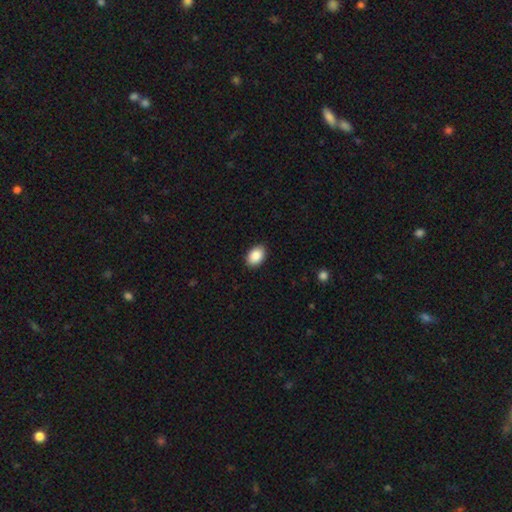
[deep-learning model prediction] Q: Smooth or featured?
A: smooth (90%); runner-up: star or artifact (7%)
Q: How rounded?
A: in between (85%); runner-up: round (14%)
Q: Merging?
A: none (88%); runner-up: minor disturbance (9%)